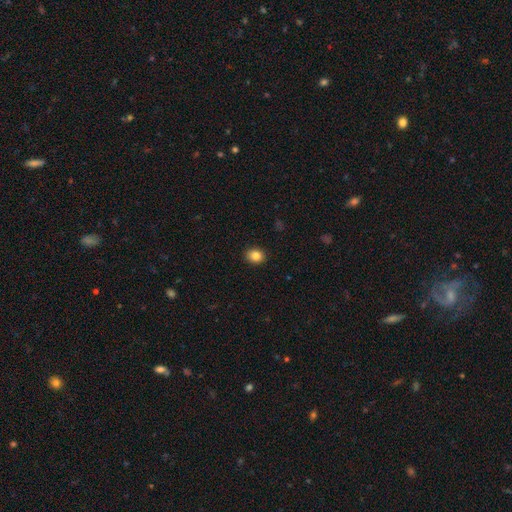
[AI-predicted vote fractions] This appears to be a smooth galaxy with no disk features (85%) that is round (57%). Merging: none (91%).